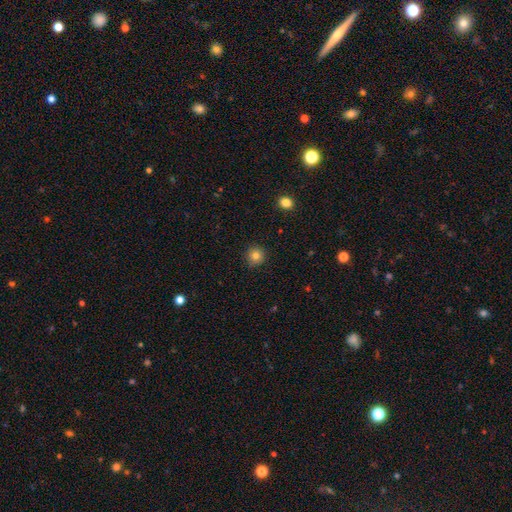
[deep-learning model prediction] Smooth or featured?
  - smooth: 81% *
  - star or artifact: 12%
  - featured or disk: 7%
How rounded?
  - round: 94% *
  - in between: 5%
  - cigar-shaped: 1%
Merging?
  - none: 90% *
  - minor disturbance: 7%
  - major disturbance: 2%
  - merger: 1%